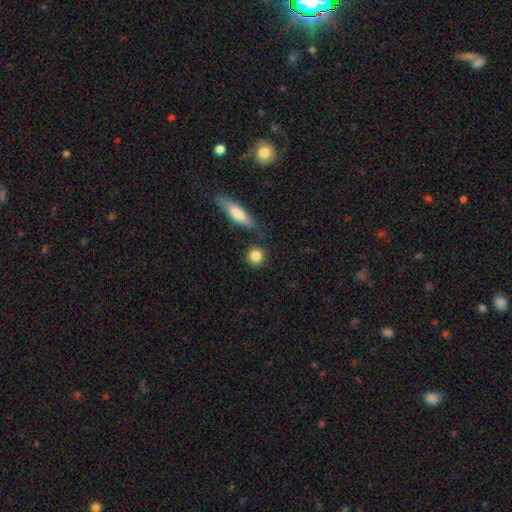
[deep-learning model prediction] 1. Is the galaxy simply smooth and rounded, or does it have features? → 84% smooth, 8% star or artifact, 8% featured or disk.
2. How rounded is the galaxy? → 85% round, 12% in between, 4% cigar-shaped.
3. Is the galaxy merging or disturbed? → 82% none, 9% minor disturbance, 6% merger, 3% major disturbance.